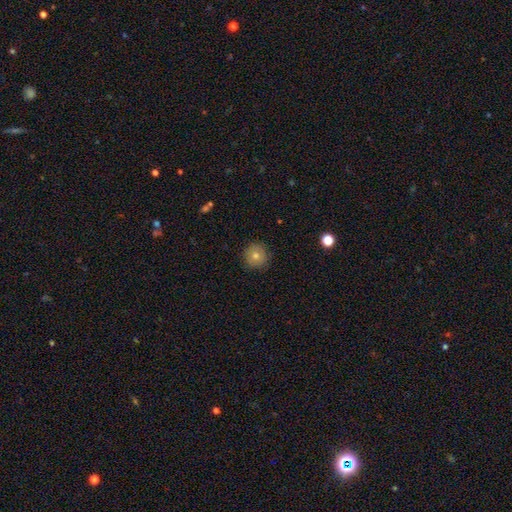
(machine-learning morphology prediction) smooth 73%, featured or disk 14%, star or artifact 12%. Down the decision tree: how rounded — round (96%); merging — none (90%).